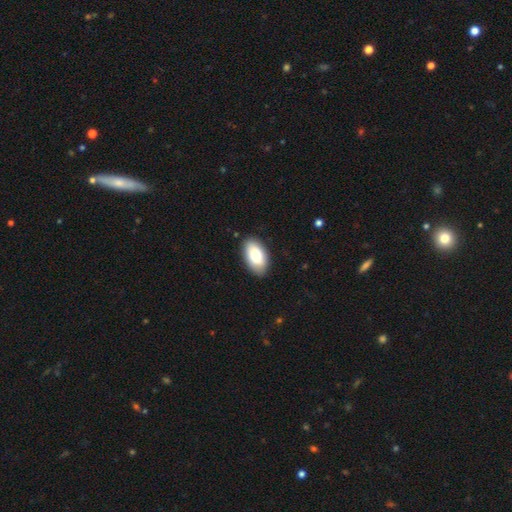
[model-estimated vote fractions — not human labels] A smooth galaxy with no disk features (83%) that is in between round and cigar-shaped (95%). Merging: none (87%).